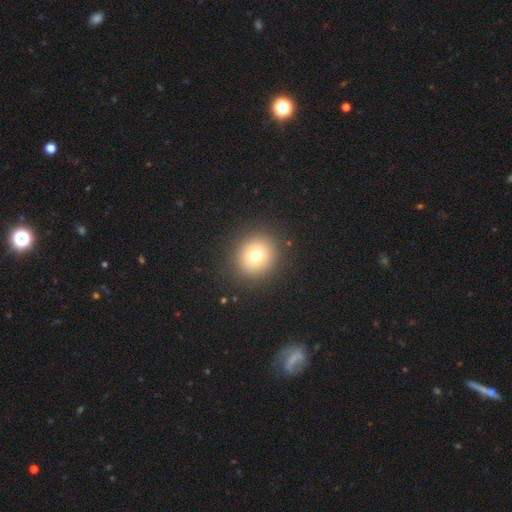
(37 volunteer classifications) A smooth galaxy with no disk features (84%) that is round (84%). Merging: none (89%).